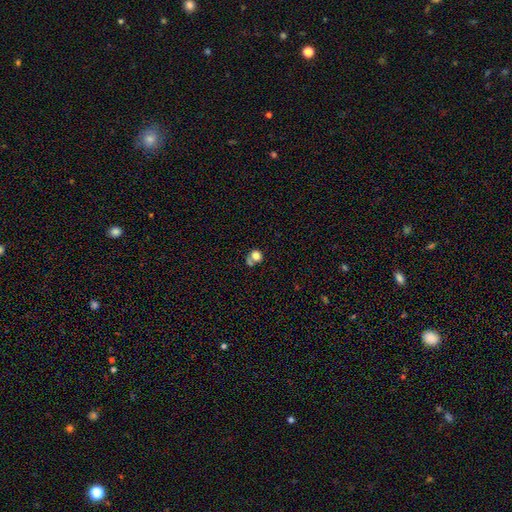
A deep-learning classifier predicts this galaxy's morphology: smooth 75%, star or artifact 13%, featured or disk 12%. Down the decision tree: how rounded — round (76%); merging — none (46%).